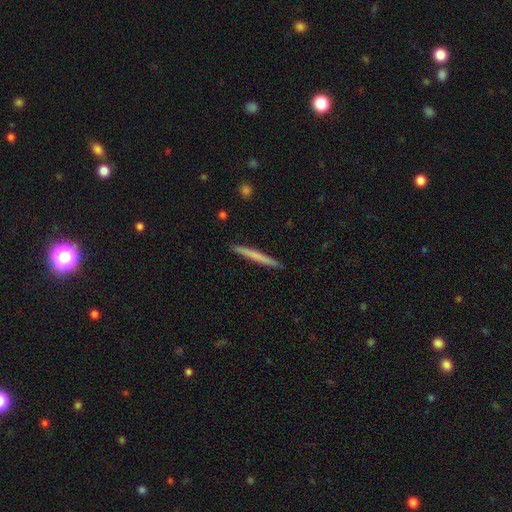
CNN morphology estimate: Smooth or featured? smooth (64%)
How rounded? cigar-shaped (97%)
Merging? none (92%)